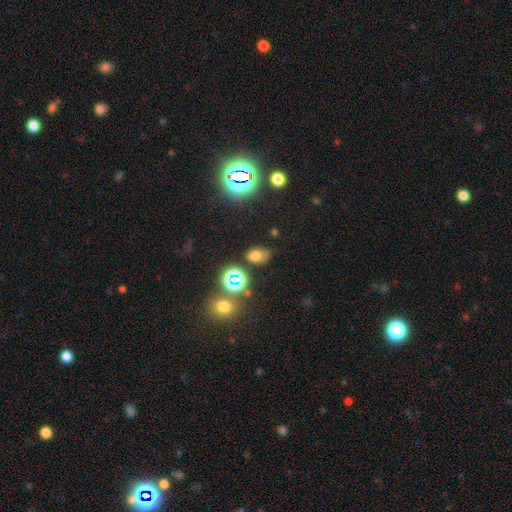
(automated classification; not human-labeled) smooth-or-featured: smooth: 65% | star or artifact: 26% | featured or disk: 9%
  how-rounded: in between: 74% | round: 24% | cigar-shaped: 1%
  merging: none: 61% | minor disturbance: 24% | major disturbance: 9% | merger: 6%